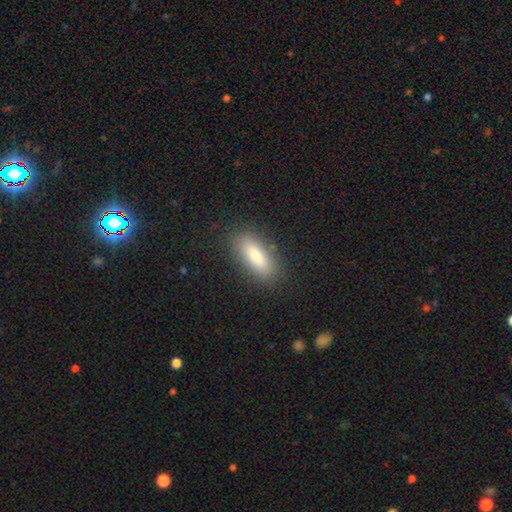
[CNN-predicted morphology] Smooth or featured: smooth — 83% (featured or disk — 10%)
How rounded: in between — 66% (cigar-shaped — 32%)
Merging: none — 87% (minor disturbance — 10%)